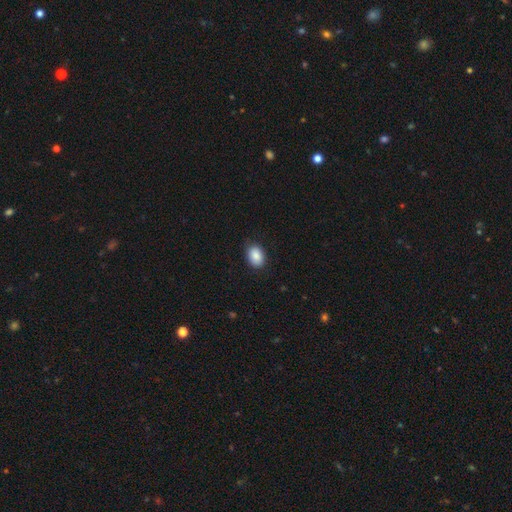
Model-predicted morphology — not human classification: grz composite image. It shows a smooth galaxy with no disk features (88%) that is in between round and cigar-shaped (77%). Merging: none (86%).